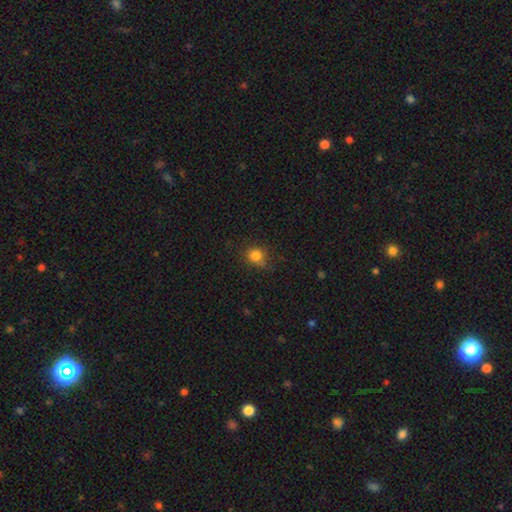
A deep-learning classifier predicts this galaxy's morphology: A smooth galaxy with no disk features (81%) that is round (83%). Merging: none (71%).